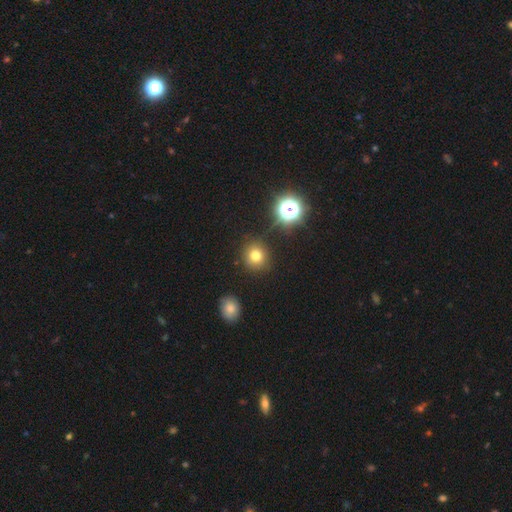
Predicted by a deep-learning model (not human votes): This is likely a smooth galaxy (74%). How rounded: clearly round (89%). Merging: clearly none (87%).